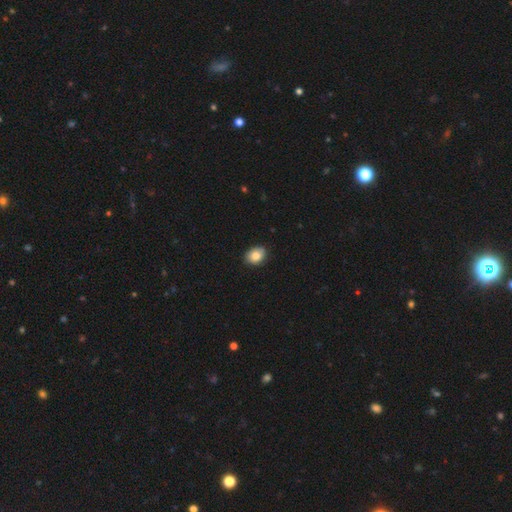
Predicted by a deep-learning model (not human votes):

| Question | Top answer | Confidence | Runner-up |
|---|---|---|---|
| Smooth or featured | smooth | 85% | star or artifact (8%) |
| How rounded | in between | 64% | round (35%) |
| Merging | none | 85% | minor disturbance (12%) |